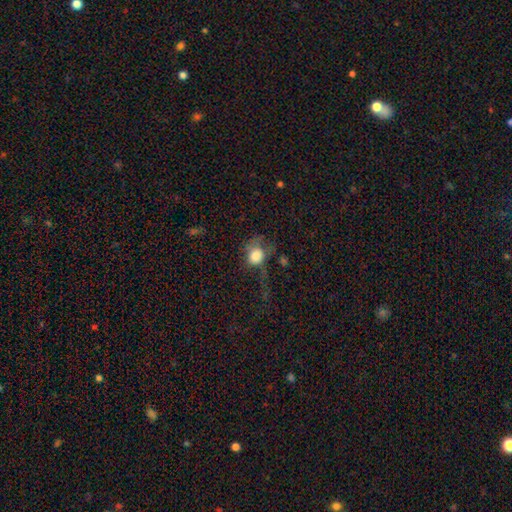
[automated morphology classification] Smooth or featured: smooth — 72% (featured or disk — 17%)
How rounded: round — 61% (in between — 37%)
Merging: major disturbance — 43% (none — 30%)